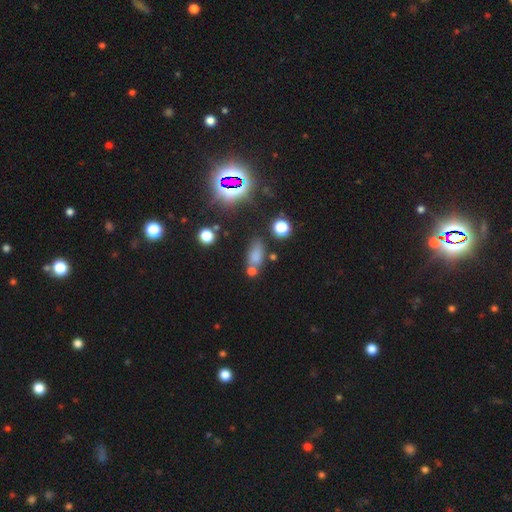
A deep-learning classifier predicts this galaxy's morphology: The model was most divided on "merging": none: 56%, merger: 21%, minor disturbance: 17%, major disturbance: 7%. More confident: how rounded — in between (74%); smooth or featured — smooth (69%).